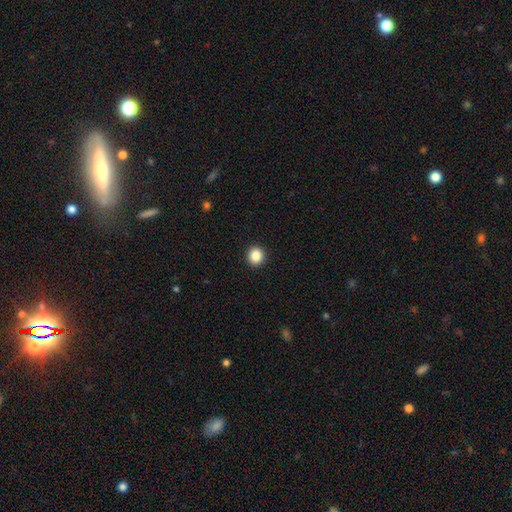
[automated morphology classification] smooth-or-featured: smooth: 86% | star or artifact: 10% | featured or disk: 4%
  how-rounded: round: 89% | in between: 10% | cigar-shaped: 1%
  merging: none: 93% | minor disturbance: 4% | major disturbance: 2% | merger: 1%